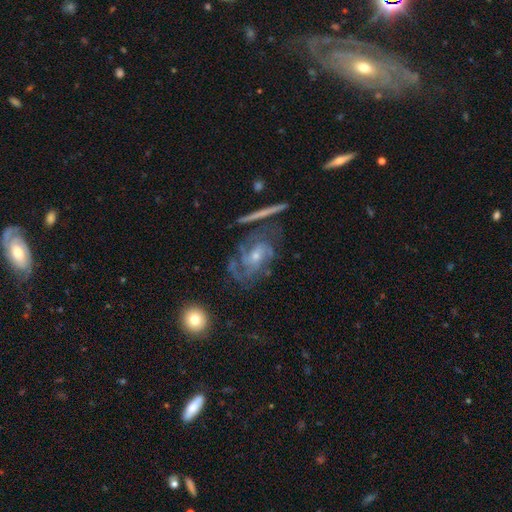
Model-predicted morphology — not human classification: This is clearly a featured or disk galaxy (84%). It is clearly not viewed edge-on (95%). Bar: likely no (61%). Spiral arm pattern: clearly yes (93%). Spiral arm count: marginally 2 (28%). Spiral winding: possibly tight (47%). Central bulge: possibly small (59%). Merging: possibly none (58%).